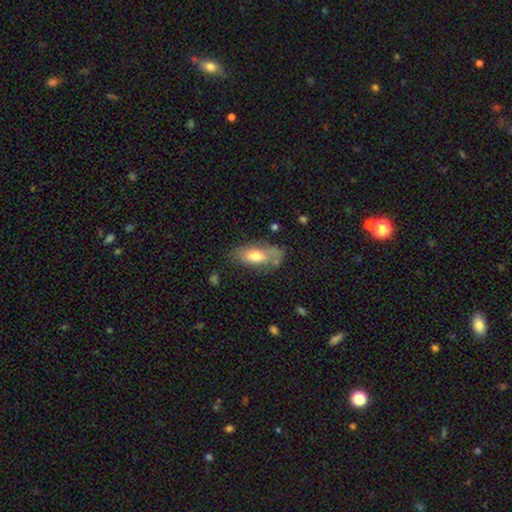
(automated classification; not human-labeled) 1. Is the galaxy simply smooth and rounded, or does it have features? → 68% smooth, 25% featured or disk, 7% star or artifact.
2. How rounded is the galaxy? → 87% in between, 9% cigar-shaped, 4% round.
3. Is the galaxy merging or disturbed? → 51% none, 28% minor disturbance, 13% major disturbance, 8% merger.